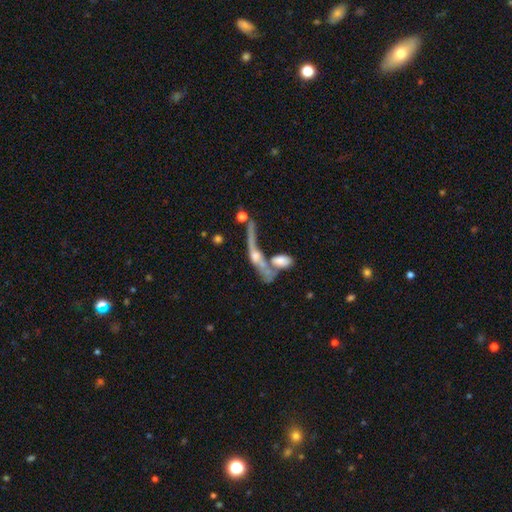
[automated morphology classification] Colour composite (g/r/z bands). It shows a featured or disk galaxy (64%) viewed edge-on (59%). Merging: merger (47%).